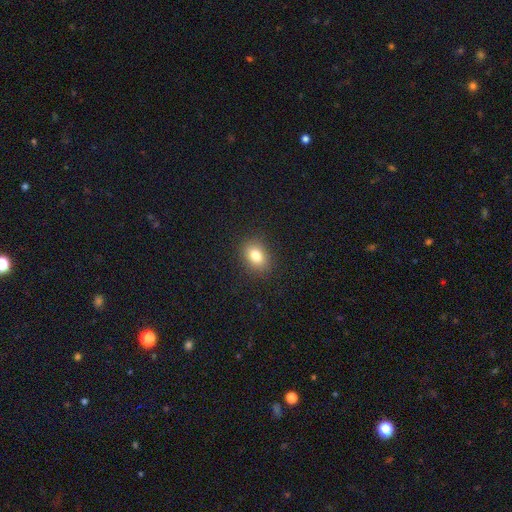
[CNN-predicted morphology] A smooth galaxy with no disk features (81%) that is in between round and cigar-shaped (71%).

Vote fractions:
- Smooth or featured? smooth: 81% / star or artifact: 11% / featured or disk: 8%
- How rounded? in between: 71% / round: 27% / cigar-shaped: 1%
- Merging? none: 89% / minor disturbance: 8% / major disturbance: 2% / merger: 1%